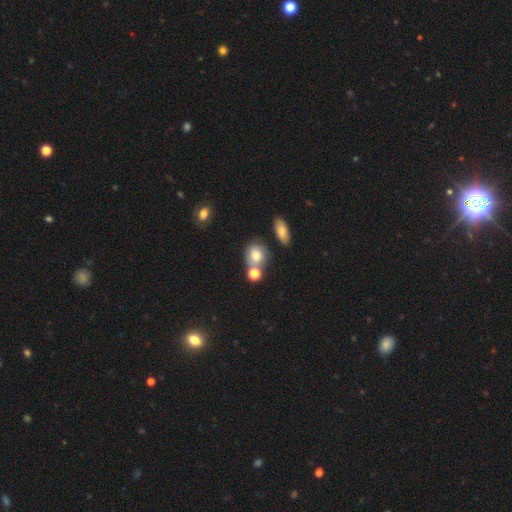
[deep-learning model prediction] A smooth galaxy with no disk features (76%) that is round (59%). Merging: none (54%).